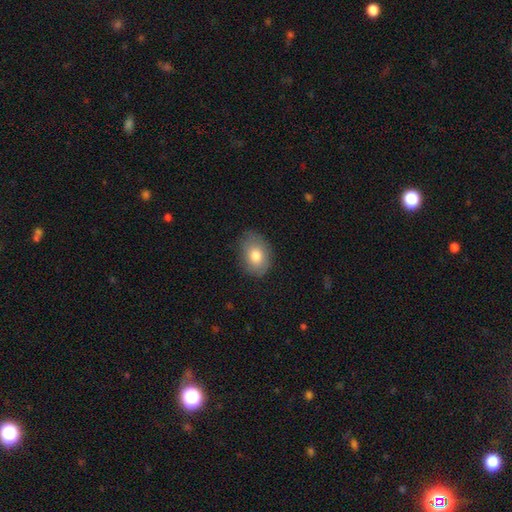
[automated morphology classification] type=smooth (79%); roundness=in between (76%); merging=none (77%).